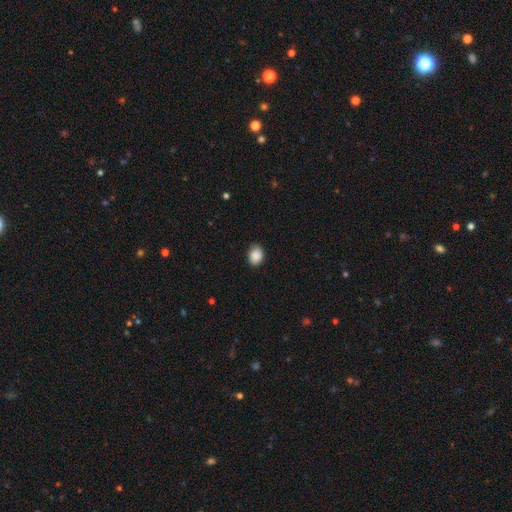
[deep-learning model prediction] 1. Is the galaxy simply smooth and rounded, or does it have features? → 89% smooth, 8% star or artifact, 3% featured or disk.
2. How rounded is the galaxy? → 63% in between, 36% round, 1% cigar-shaped.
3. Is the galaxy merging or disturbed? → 81% none, 16% minor disturbance, 3% major disturbance, 1% merger.